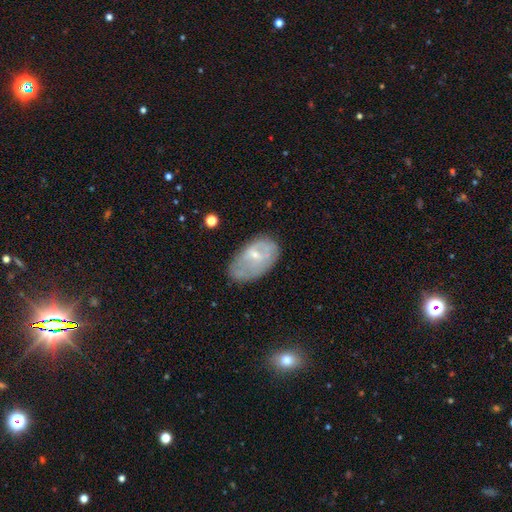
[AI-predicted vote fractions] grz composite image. It shows a featured or disk galaxy (49%). Merging: none (49%).